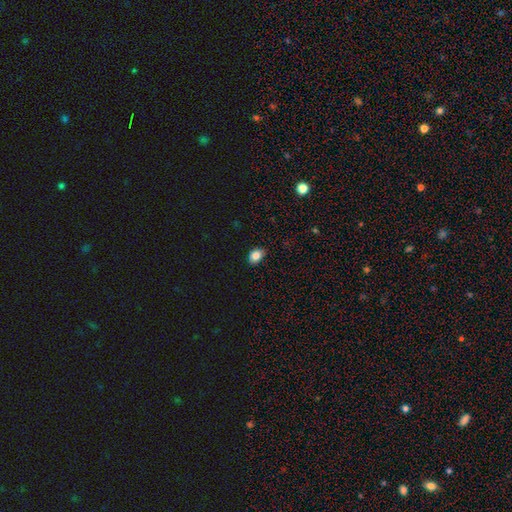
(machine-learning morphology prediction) Smooth or featured? smooth (84%)
How rounded? in between (75%)
Merging? none (82%)